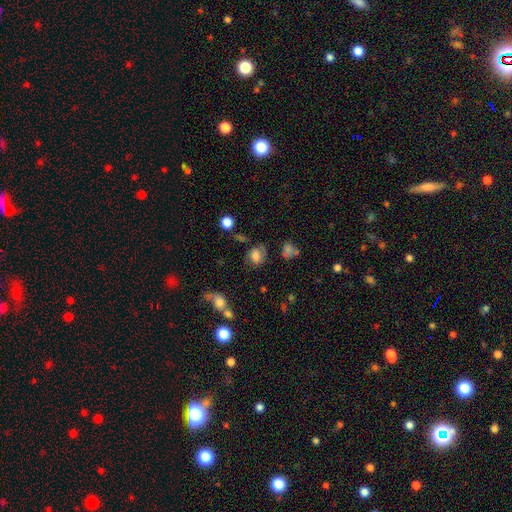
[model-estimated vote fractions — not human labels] The model was most divided on "how rounded": in between: 53%, round: 46%, cigar-shaped: 1%. More confident: smooth or featured — smooth (65%); merging — none (57%).